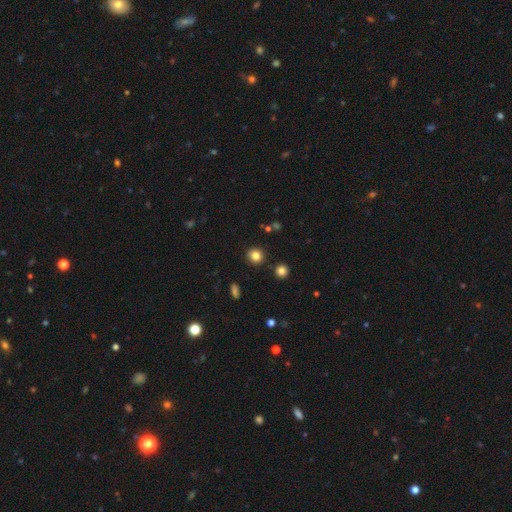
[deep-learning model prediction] Smooth or featured? Predicted: smooth (p=0.82). How rounded? Predicted: round (p=0.88). Merging? Predicted: none (p=0.89).